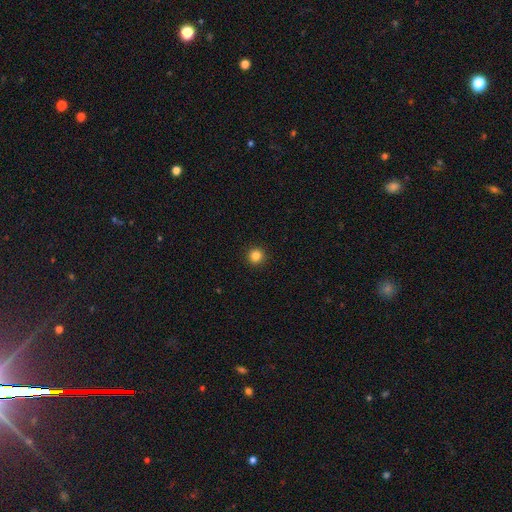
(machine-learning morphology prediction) This is clearly a smooth galaxy (84%). How rounded: clearly round (96%). Merging: clearly none (93%).